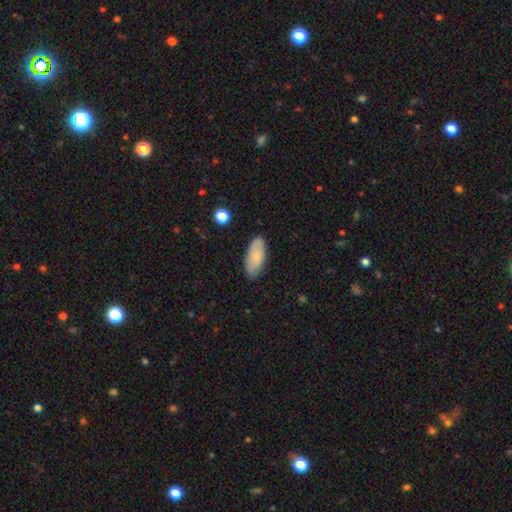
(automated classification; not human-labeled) Smooth or featured: smooth — 76% (featured or disk — 17%)
How rounded: in between — 85% (cigar-shaped — 13%)
Merging: none — 82% (minor disturbance — 14%)